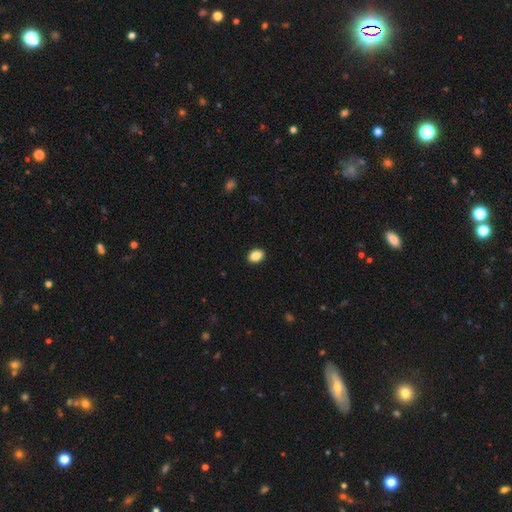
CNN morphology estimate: A smooth galaxy with no disk features (88%) that is in between round and cigar-shaped (72%). Merging: none (91%).